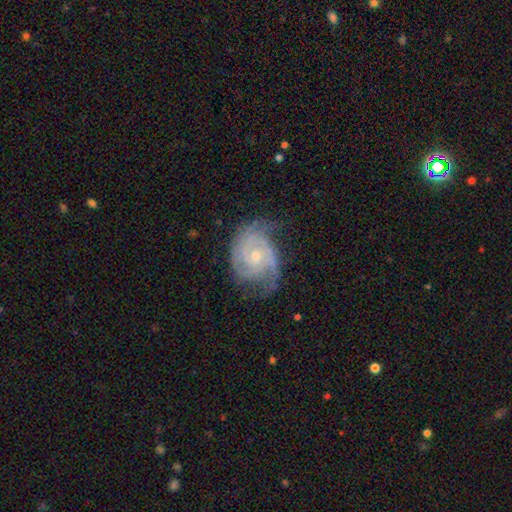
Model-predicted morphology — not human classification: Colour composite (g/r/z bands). It shows a featured or disk galaxy (87%) with no bar (70%), 3 (32%) tight (61%) spiral arms (97%) and a small central bulge (61%). Merging: none (63%).